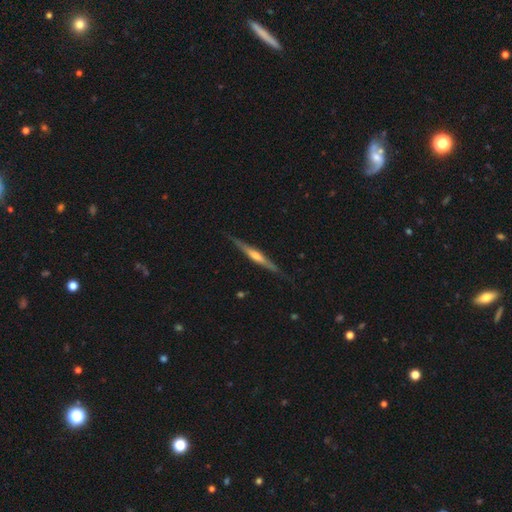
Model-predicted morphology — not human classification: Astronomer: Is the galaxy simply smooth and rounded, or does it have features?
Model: featured or disk — 72%.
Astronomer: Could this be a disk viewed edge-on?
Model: yes — 97%.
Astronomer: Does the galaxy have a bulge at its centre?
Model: rounded — 73%.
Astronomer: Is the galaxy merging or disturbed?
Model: none — 86%.